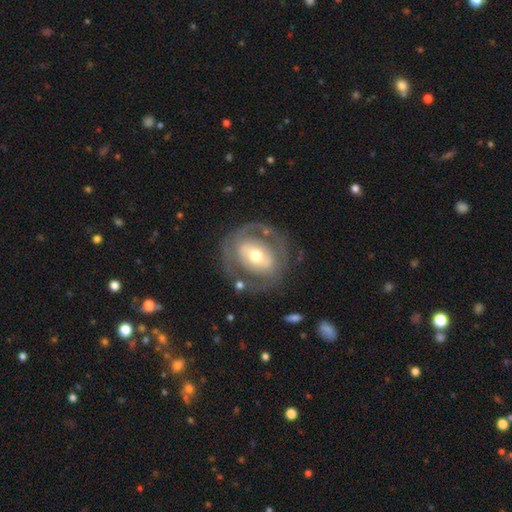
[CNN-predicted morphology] Q: Smooth or featured?
A: featured or disk (63%); runner-up: smooth (31%)
Q: Edge-on disk?
A: no (95%); runner-up: yes (5%)
Q: Bar?
A: no (47%); runner-up: weak (28%)
Q: Spiral arms?
A: no (65%); runner-up: yes (35%)
Q: Bulge size?
A: moderate (66%); runner-up: small (21%)
Q: Merging?
A: none (70%); runner-up: minor disturbance (15%)